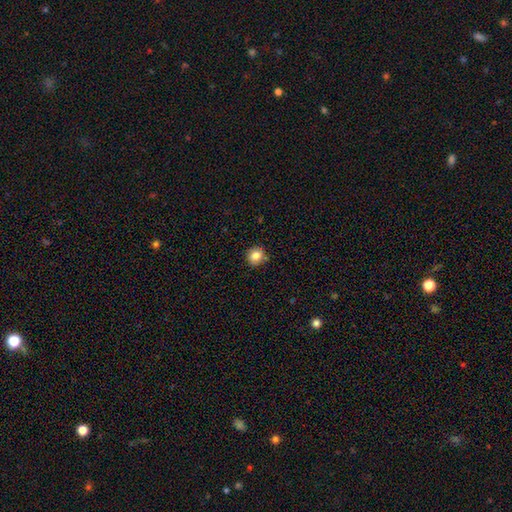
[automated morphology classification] smooth-or-featured: smooth: 83% | star or artifact: 10% | featured or disk: 7%
  how-rounded: round: 85% | in between: 14% | cigar-shaped: 1%
  merging: none: 82% | minor disturbance: 11% | merger: 4% | major disturbance: 2%